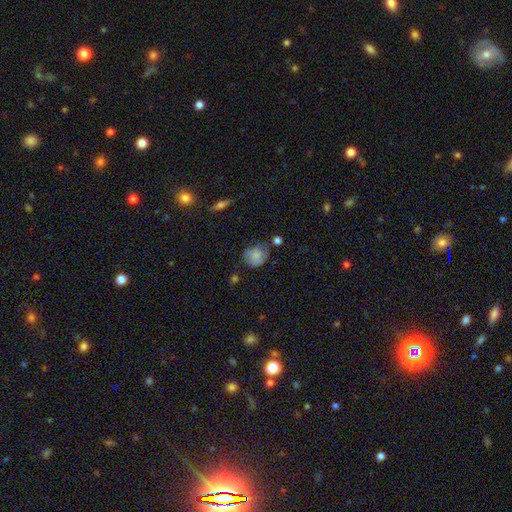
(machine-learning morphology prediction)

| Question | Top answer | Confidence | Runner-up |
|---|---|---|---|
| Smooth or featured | smooth | 68% | featured or disk (23%) |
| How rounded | round | 59% | in between (40%) |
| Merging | none | 56% | minor disturbance (29%) |